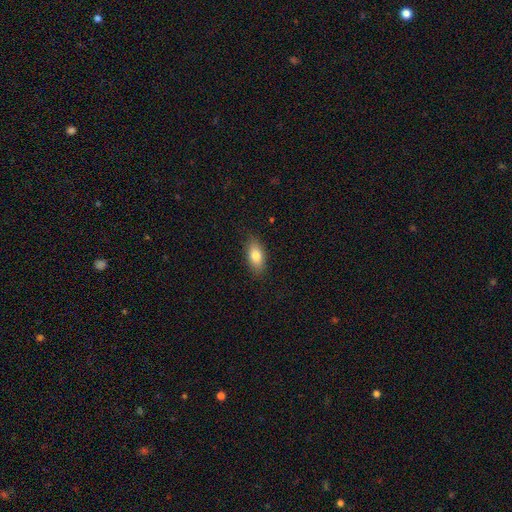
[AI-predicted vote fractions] smooth_or_featured: smooth (p=0.79) [alt: featured or disk p=0.14]
how_rounded: in between (p=0.86) [alt: cigar-shaped p=0.09]
merging: none (p=0.84) [alt: minor disturbance p=0.13]